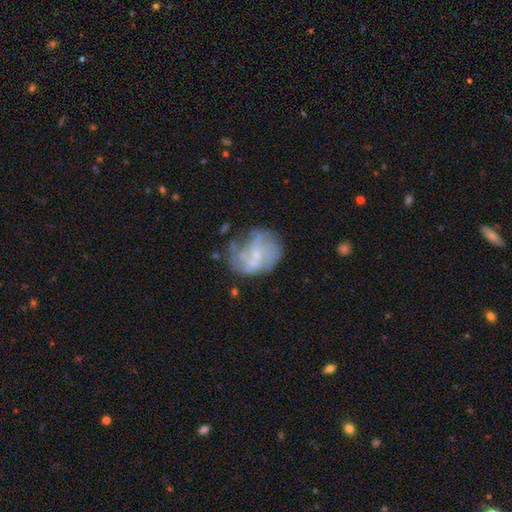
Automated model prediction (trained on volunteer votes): Smooth or featured? featured or disk (71%)
Edge-on disk? no (98%)
Bar? no (64%)
Spiral arms? yes (73%)
Spiral winding? medium (39%)
Spiral arm count? can't tell (44%)
Bulge size? small (67%)
Merging? none (52%)